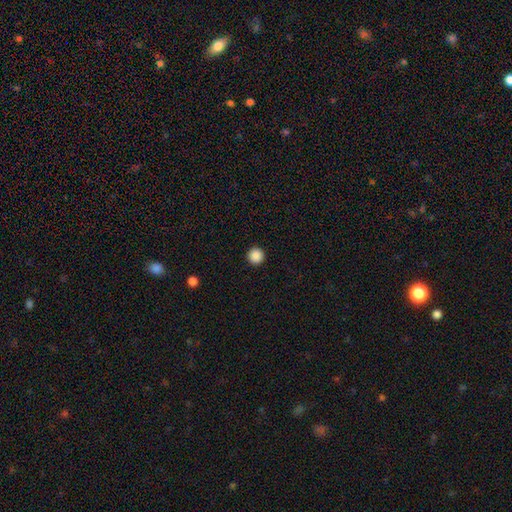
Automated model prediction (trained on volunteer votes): Smooth or featured? Predicted: smooth (p=0.88). How rounded? Predicted: round (p=0.96). Merging? Predicted: none (p=0.94).